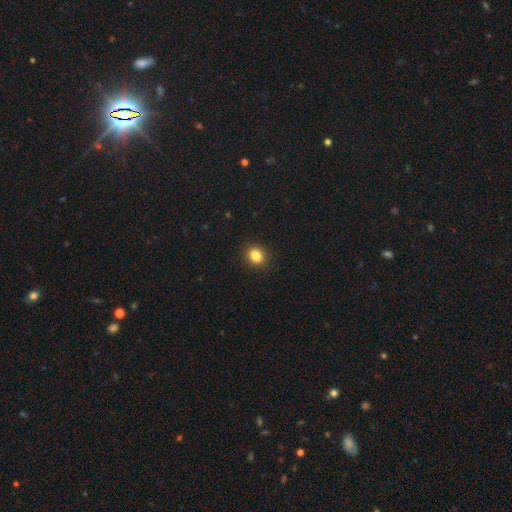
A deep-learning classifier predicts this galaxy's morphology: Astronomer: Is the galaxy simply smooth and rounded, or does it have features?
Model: smooth — 85%.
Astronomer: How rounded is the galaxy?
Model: round — 62% (runner-up: in between, 37%).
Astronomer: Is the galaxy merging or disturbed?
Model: none — 90%.